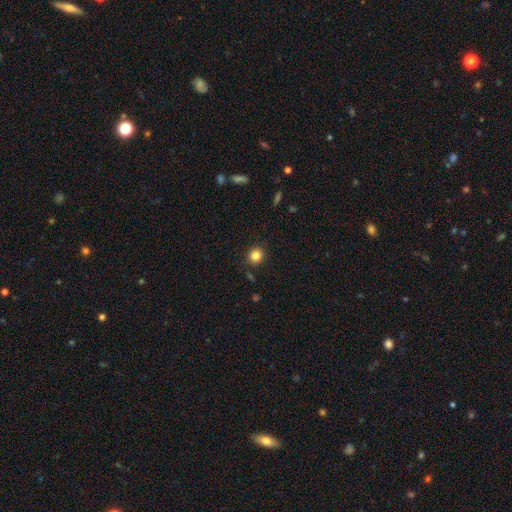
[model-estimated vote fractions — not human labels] Smooth or featured? Predicted: smooth (p=0.83). How rounded? Predicted: round (p=0.87). Merging? Predicted: none (p=0.88).